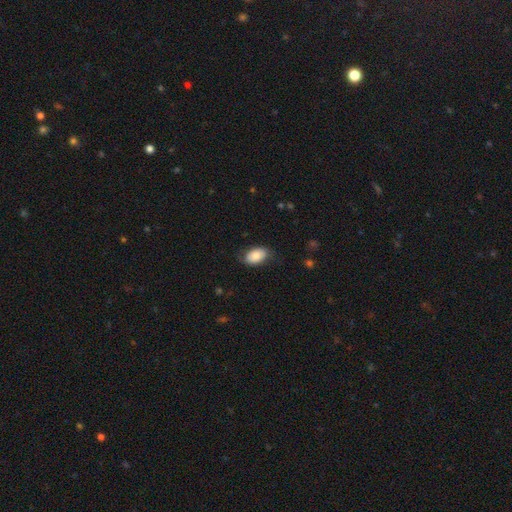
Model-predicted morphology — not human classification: This is clearly a smooth galaxy (80%). How rounded: clearly in between (91%). Merging: likely none (73%).